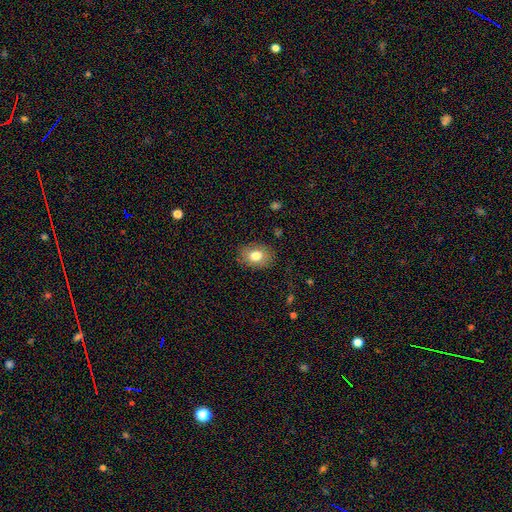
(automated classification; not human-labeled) Smooth or featured? smooth (80%)
How rounded? in between (66%)
Merging? none (85%)